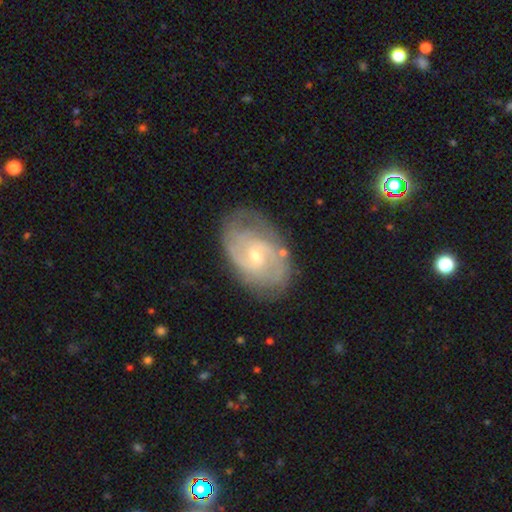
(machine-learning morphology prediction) Overall: featured or disk (82%). Edge-on disk: no (96%). Bar: no (48%; weak 45%). Spiral arms: yes (92%). Spiral arm count: 2 (61%; can't tell 22%). Spiral winding: tight (44%; medium 42%). Bulge size: small (56%; moderate 41%). Merging: none (73%).